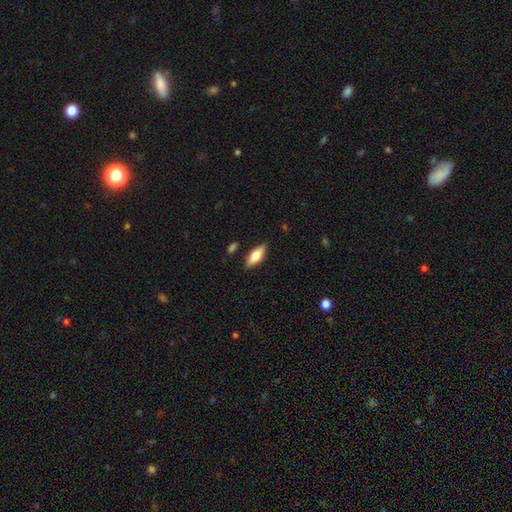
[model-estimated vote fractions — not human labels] Smooth or featured? Predicted: smooth (p=0.65). How rounded? Predicted: in between (p=0.74). Merging? Predicted: none (p=0.85).